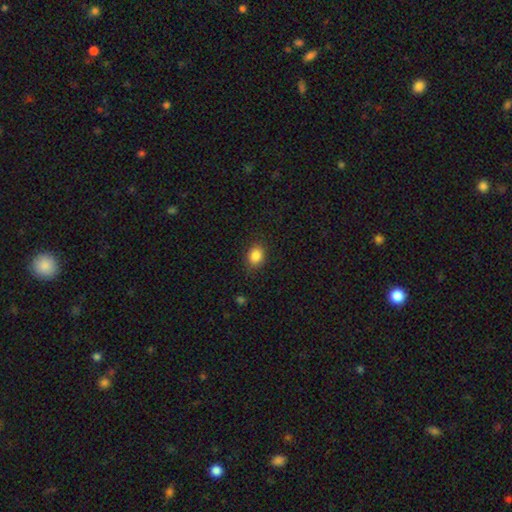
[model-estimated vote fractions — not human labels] Smooth or featured: smooth — 86% (star or artifact — 10%)
How rounded: round — 50% (in between — 49%)
Merging: none — 85% (minor disturbance — 11%)